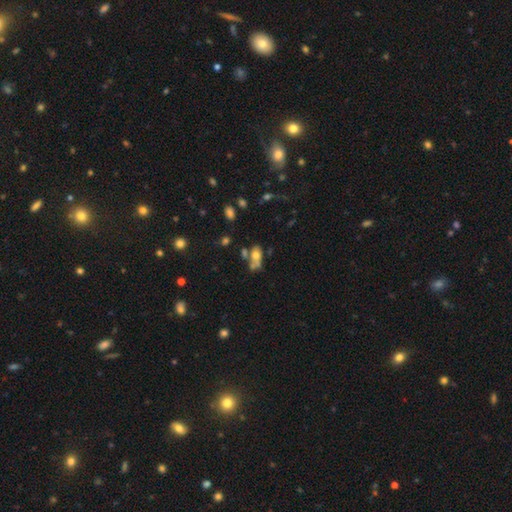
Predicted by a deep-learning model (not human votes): Smooth or featured: smooth — 58% (featured or disk — 29%)
How rounded: in between — 80% (round — 11%)
Merging: merger — 38% (none — 30%)